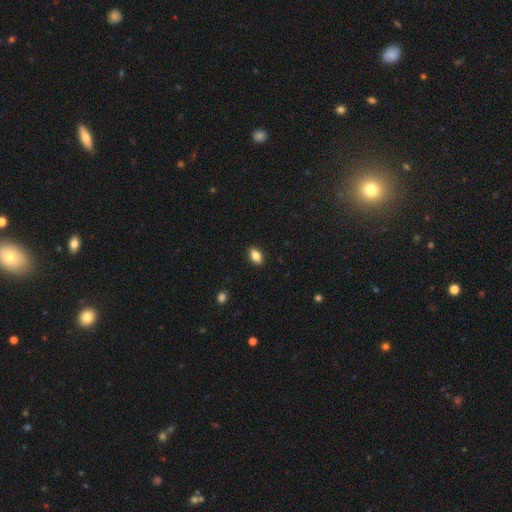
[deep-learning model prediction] smooth 84%, star or artifact 8%, featured or disk 8%. Down the decision tree: how rounded — in between (90%); merging — none (90%).